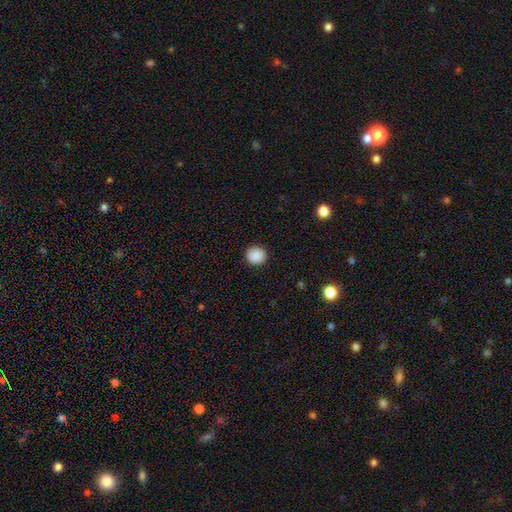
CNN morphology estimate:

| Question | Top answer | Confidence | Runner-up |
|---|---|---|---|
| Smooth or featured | smooth | 89% | star or artifact (9%) |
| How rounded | round | 91% | in between (8%) |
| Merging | none | 92% | minor disturbance (5%) |